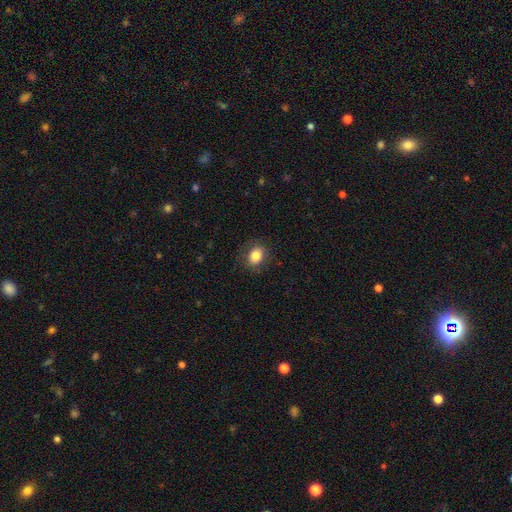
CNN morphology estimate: type=smooth (83%); roundness=in between (56%); merging=none (84%).